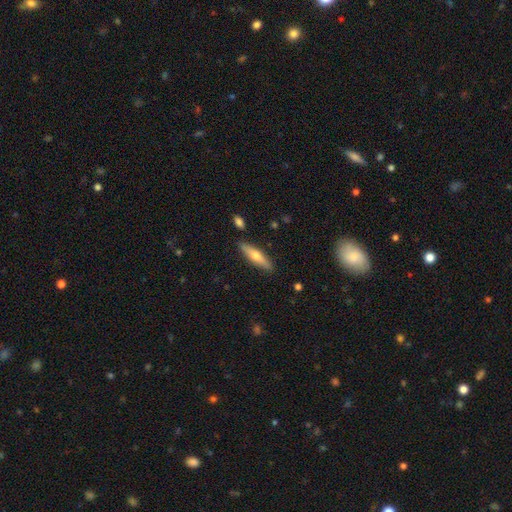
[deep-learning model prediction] A smooth galaxy with no disk features (52%) that is cigar-shaped (75%). Merging: none (87%).